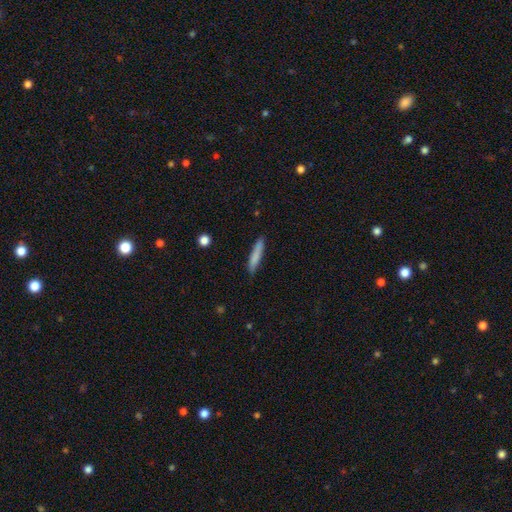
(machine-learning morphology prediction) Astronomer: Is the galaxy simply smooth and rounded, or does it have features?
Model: smooth — 79%.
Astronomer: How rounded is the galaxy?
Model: cigar-shaped — 90%.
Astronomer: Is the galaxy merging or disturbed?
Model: none — 84%.